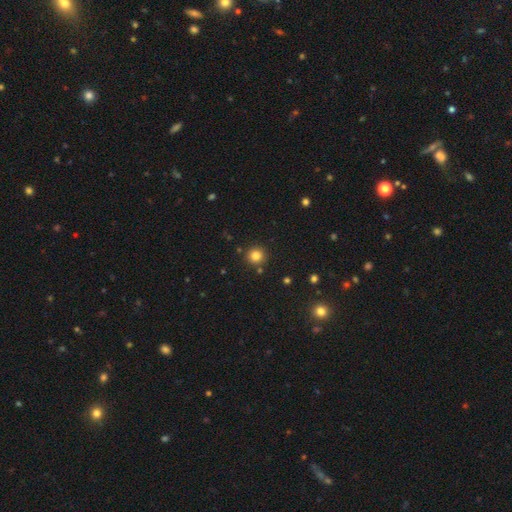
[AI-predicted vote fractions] Smooth or featured?
  - smooth: 82% *
  - star or artifact: 13%
  - featured or disk: 5%
How rounded?
  - round: 95% *
  - in between: 4%
  - cigar-shaped: 1%
Merging?
  - none: 87% *
  - minor disturbance: 6%
  - merger: 4%
  - major disturbance: 2%